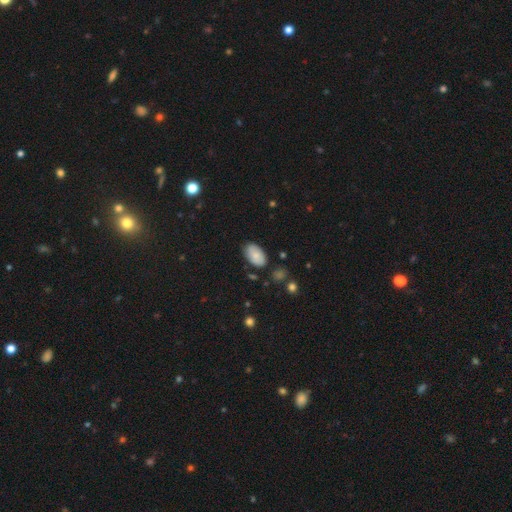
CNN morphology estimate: Overall: smooth (80%). How rounded: in between (94%). Merging: none (77%).